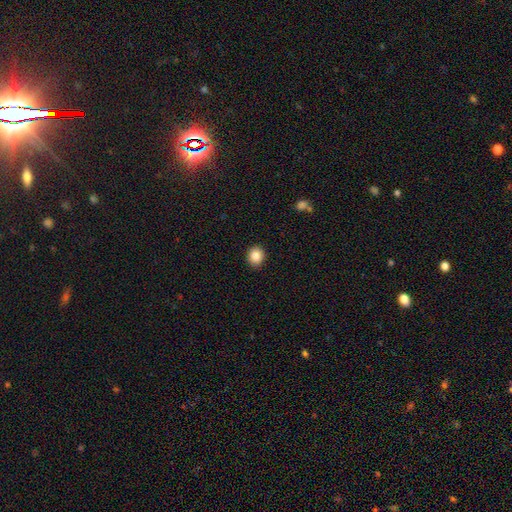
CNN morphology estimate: Smooth or featured?
  - smooth: 87% *
  - star or artifact: 9%
  - featured or disk: 4%
How rounded?
  - round: 78% *
  - in between: 21%
  - cigar-shaped: 1%
Merging?
  - none: 92% *
  - minor disturbance: 6%
  - major disturbance: 2%
  - merger: 1%